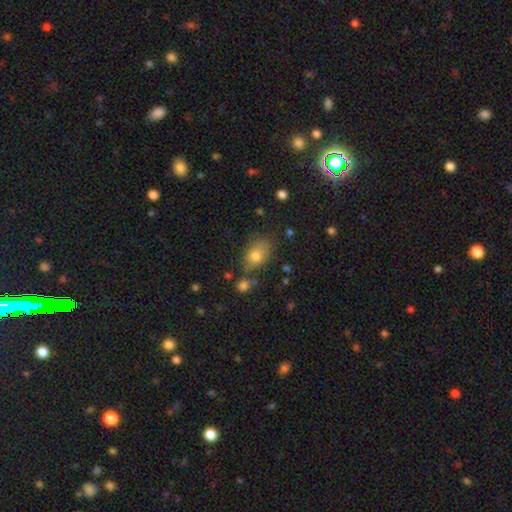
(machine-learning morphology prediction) type=smooth (78%); roundness=in between (79%); merging=none (63%).